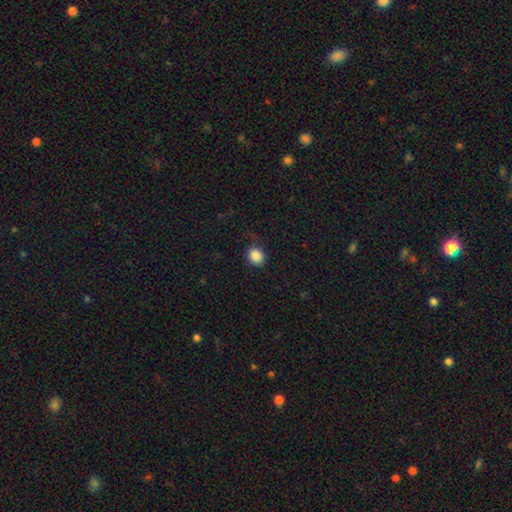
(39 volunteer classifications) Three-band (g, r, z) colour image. It shows a smooth galaxy with no disk features (87%) that is in between round and cigar-shaped (53%). Merging: none (80%).